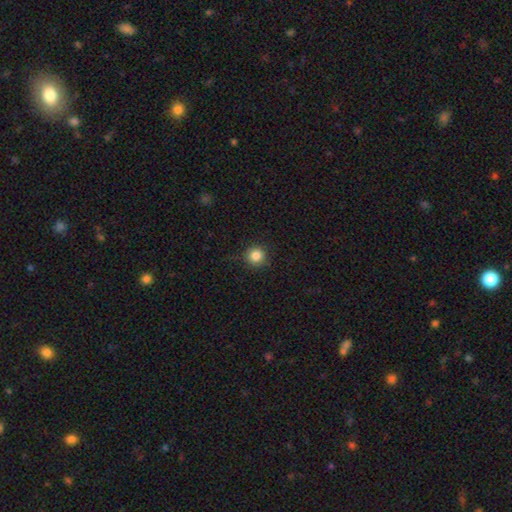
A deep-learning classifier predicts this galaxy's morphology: A smooth galaxy with no disk features (84%) that is round (95%). Merging: none (89%).